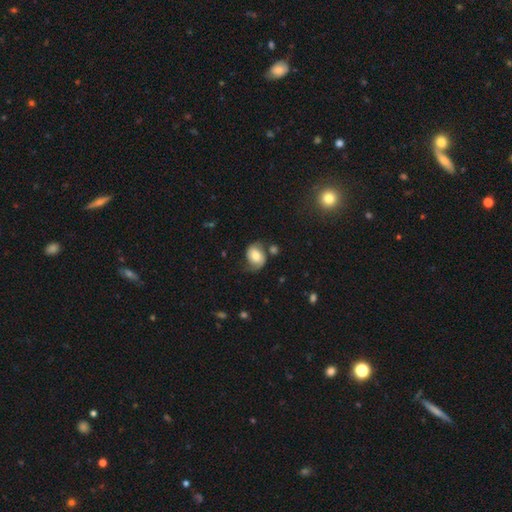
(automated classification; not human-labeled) Smooth or featured: smooth — 49% (featured or disk — 42%)
Merging: none — 50% (minor disturbance — 27%)